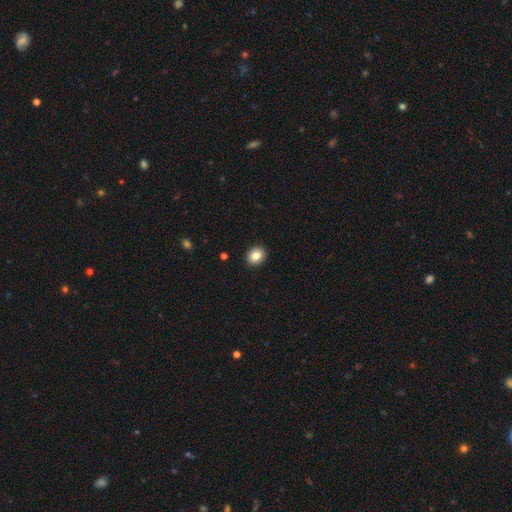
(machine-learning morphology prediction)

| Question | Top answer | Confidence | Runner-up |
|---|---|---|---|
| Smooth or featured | smooth | 84% | star or artifact (9%) |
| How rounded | round | 64% | in between (35%) |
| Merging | none | 92% | minor disturbance (6%) |